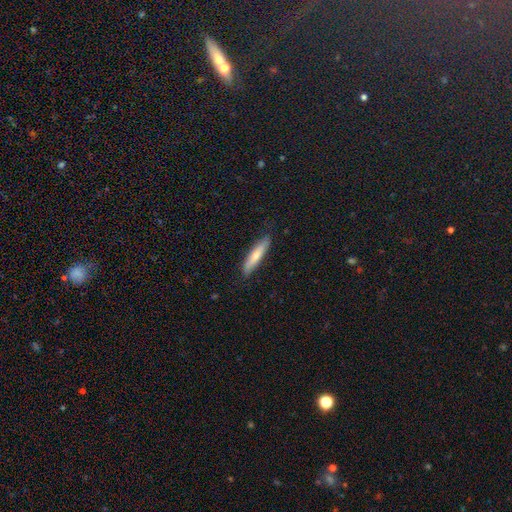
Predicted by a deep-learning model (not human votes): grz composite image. It shows a smooth galaxy with no disk features (69%) that is cigar-shaped (83%). Merging: none (85%).